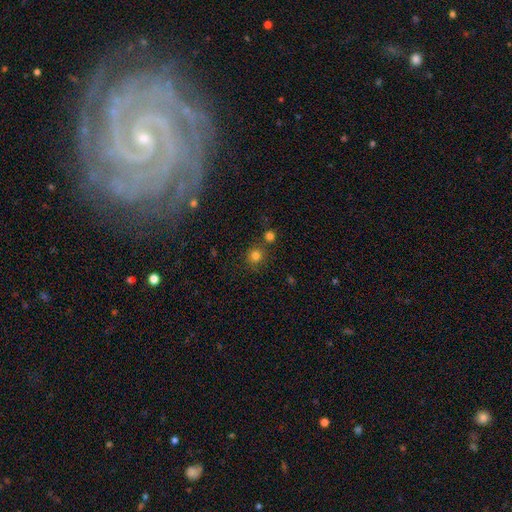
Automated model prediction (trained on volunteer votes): Overall: smooth (79%). How rounded: round (92%). Merging: none (76%).